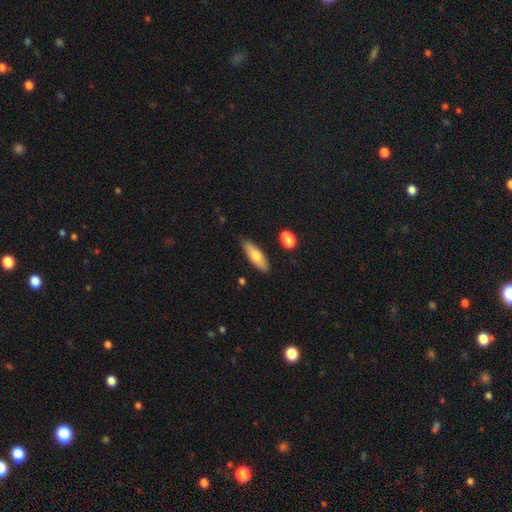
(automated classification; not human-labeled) The model was most divided on "how rounded": in between: 50%, cigar-shaped: 48%, round: 2%. More confident: merging — none (83%); smooth or featured — smooth (68%).